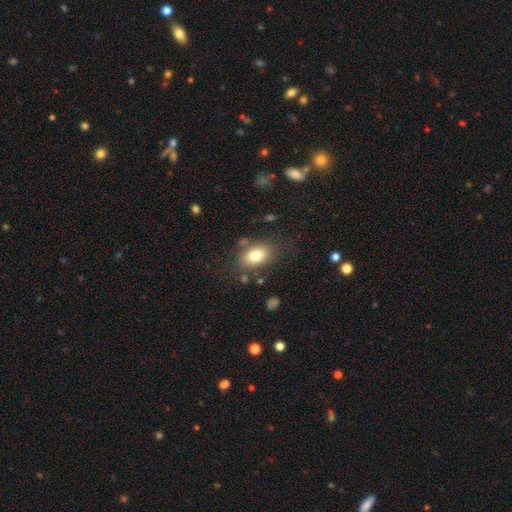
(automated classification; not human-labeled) Smooth or featured?
  - smooth: 79% *
  - featured or disk: 12%
  - star or artifact: 9%
How rounded?
  - in between: 83% *
  - round: 15%
  - cigar-shaped: 2%
Merging?
  - none: 74% *
  - minor disturbance: 15%
  - major disturbance: 6%
  - merger: 5%